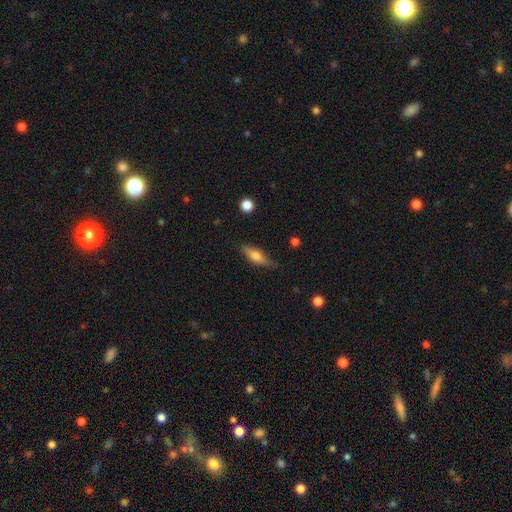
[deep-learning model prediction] This is possibly a smooth galaxy (58%). How rounded: possibly cigar-shaped (50%). Merging: likely none (77%).